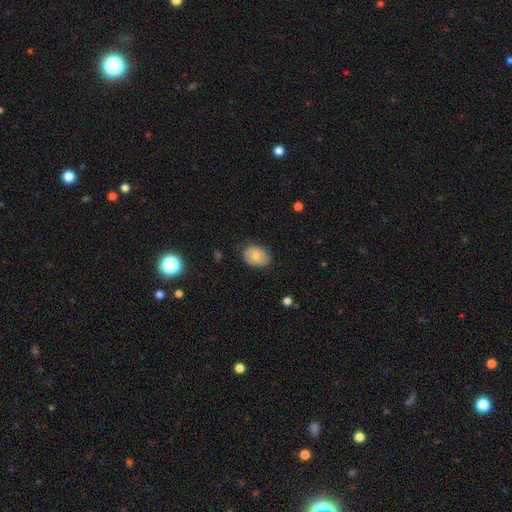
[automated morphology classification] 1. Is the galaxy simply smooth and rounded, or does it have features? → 70% smooth, 23% featured or disk, 8% star or artifact.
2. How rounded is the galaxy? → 69% in between, 30% round, 1% cigar-shaped.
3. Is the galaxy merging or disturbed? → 79% none, 17% minor disturbance, 3% major disturbance, 1% merger.